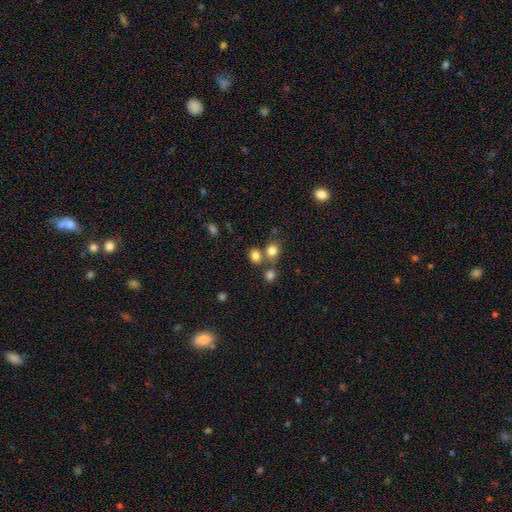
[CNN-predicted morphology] Q: Smooth or featured?
A: smooth (80%); runner-up: star or artifact (14%)
Q: How rounded?
A: round (62%); runner-up: in between (37%)
Q: Merging?
A: none (61%); runner-up: merger (26%)